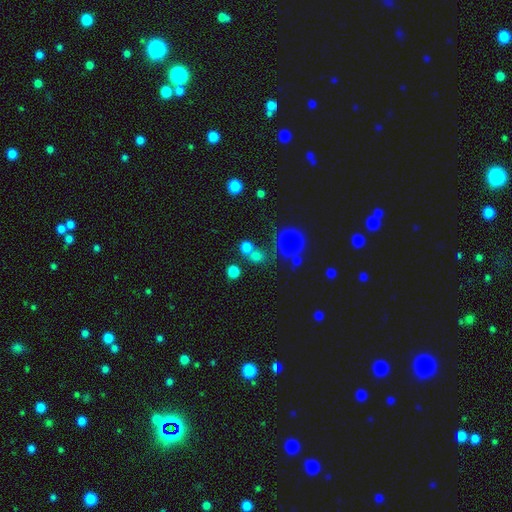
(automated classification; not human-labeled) Q: Smooth or featured?
A: smooth (64%); runner-up: star or artifact (28%)
Q: How rounded?
A: round (82%); runner-up: in between (17%)
Q: Merging?
A: none (61%); runner-up: merger (27%)